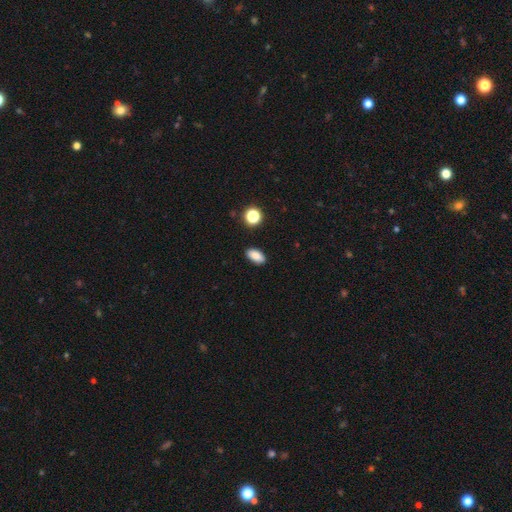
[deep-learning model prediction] Smooth or featured? Predicted: smooth (p=0.86). How rounded? Predicted: in between (p=0.90). Merging? Predicted: none (p=0.89).